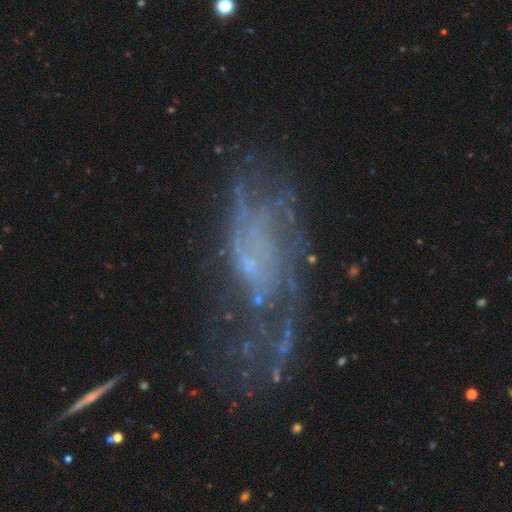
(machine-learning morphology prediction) This appears to be a featured or disk galaxy (72%) with no bar (71%), spiral arms (71%) and a small central bulge (47%). Merging: none (43%).